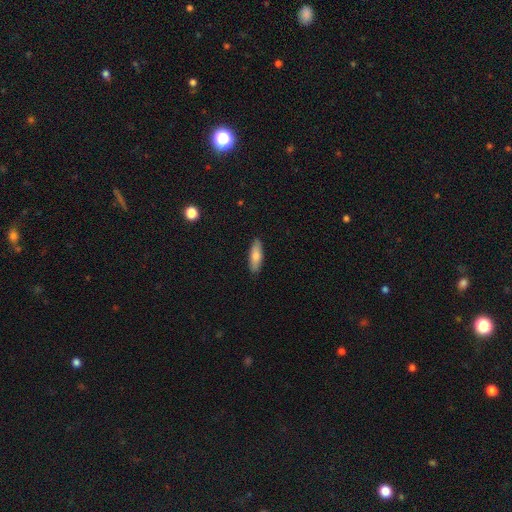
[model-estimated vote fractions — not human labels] A smooth galaxy with no disk features (74%) that is in between round and cigar-shaped (55%). Merging: none (88%).